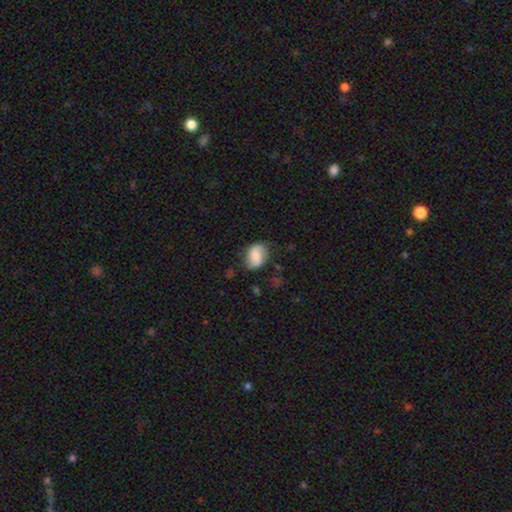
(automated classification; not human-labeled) The model was most divided on "merging": none: 64%, minor disturbance: 25%, major disturbance: 8%, merger: 2%. More confident: how rounded — in between (75%); smooth or featured — smooth (67%).